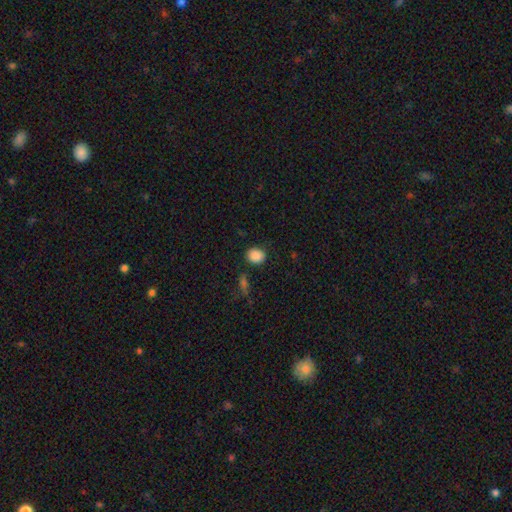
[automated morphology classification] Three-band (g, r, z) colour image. It shows a smooth galaxy with no disk features (87%) that is round (60%). Merging: none (83%).